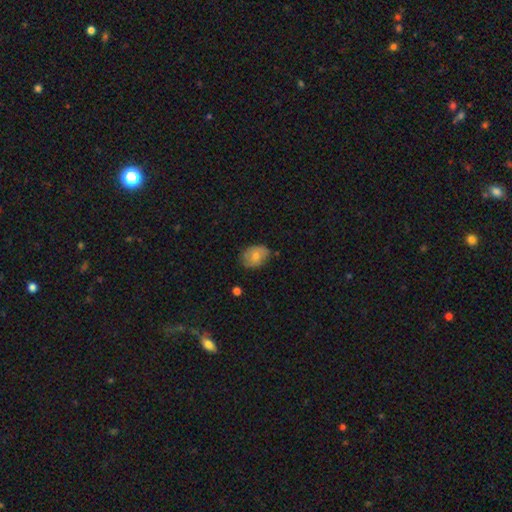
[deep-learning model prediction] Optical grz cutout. It shows a smooth galaxy with no disk features (70%) that is in between round and cigar-shaped (71%). Merging: none (70%).